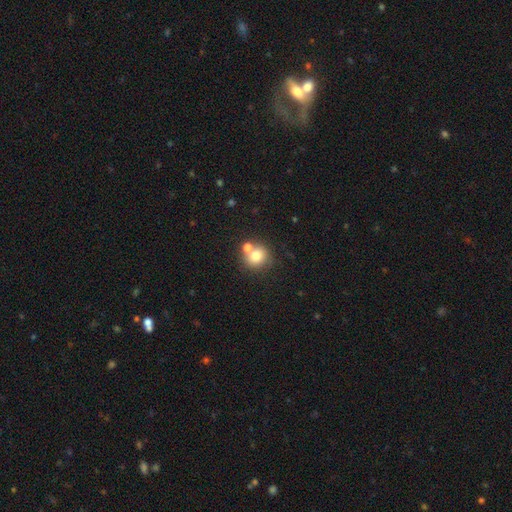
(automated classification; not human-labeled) A smooth galaxy with no disk features (76%) that is round (83%).

Vote fractions:
- Smooth or featured? smooth: 76% / featured or disk: 13% / star or artifact: 12%
- How rounded? round: 83% / in between: 16% / cigar-shaped: 1%
- Merging? none: 56% / merger: 32% / minor disturbance: 9% / major disturbance: 4%